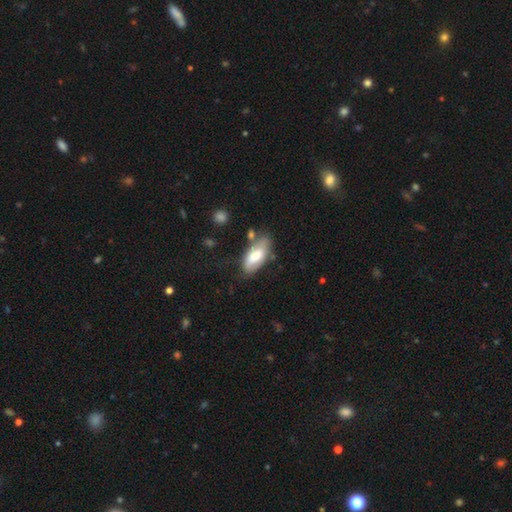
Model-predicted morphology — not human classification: A smooth galaxy with no disk features (61%) that is in between round and cigar-shaped (87%).

Vote fractions:
- Smooth or featured? smooth: 61% / featured or disk: 33% / star or artifact: 6%
- How rounded? in between: 87% / cigar-shaped: 11% / round: 2%
- Merging? none: 64% / minor disturbance: 22% / merger: 7% / major disturbance: 7%